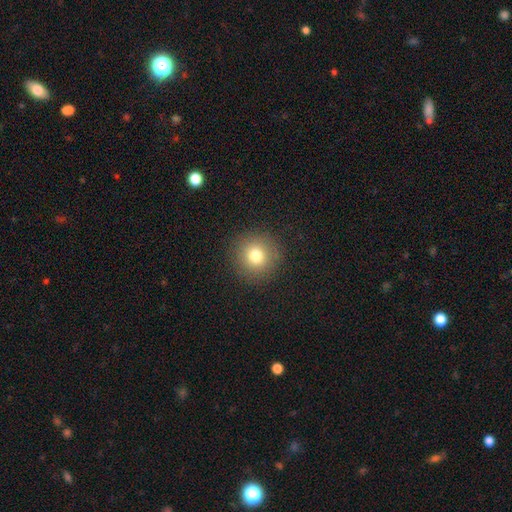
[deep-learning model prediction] The model was most divided on "smooth or featured": smooth: 78%, star or artifact: 13%, featured or disk: 10%. More confident: how rounded — round (94%); merging — none (90%).